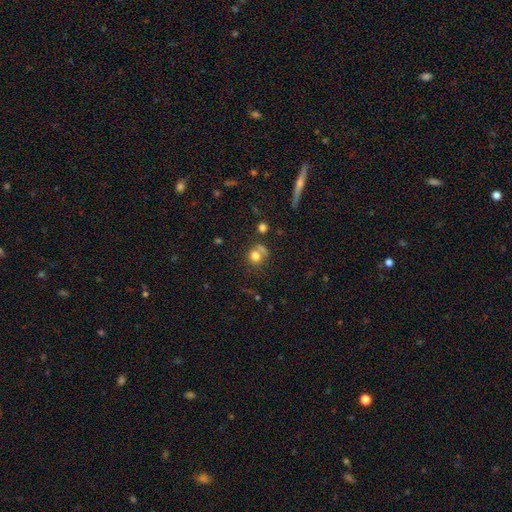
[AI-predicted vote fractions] Q: Smooth or featured?
A: smooth (74%); runner-up: star or artifact (13%)
Q: How rounded?
A: round (77%); runner-up: in between (22%)
Q: Merging?
A: none (51%); runner-up: merger (24%)